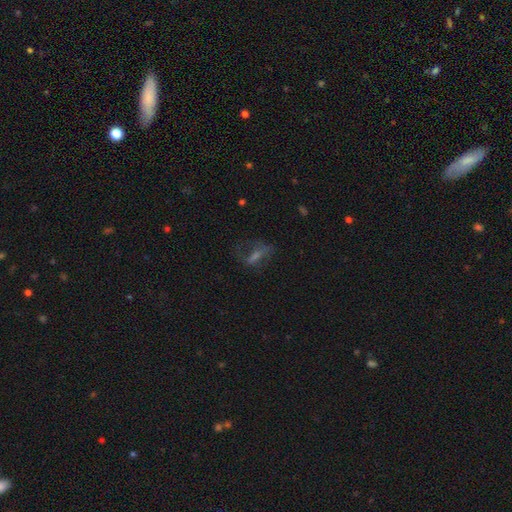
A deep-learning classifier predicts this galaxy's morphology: smooth-or-featured: featured or disk: 45% | smooth: 29% | star or artifact: 26%
  merging: none: 55% | major disturbance: 24% | minor disturbance: 19% | merger: 2%